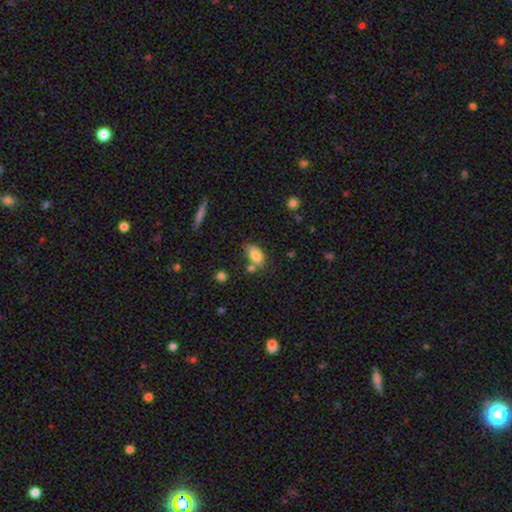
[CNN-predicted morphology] The model was most divided on "merging": none: 60%, merger: 18%, minor disturbance: 17%, major disturbance: 5%. More confident: how rounded — in between (89%); smooth or featured — smooth (82%).